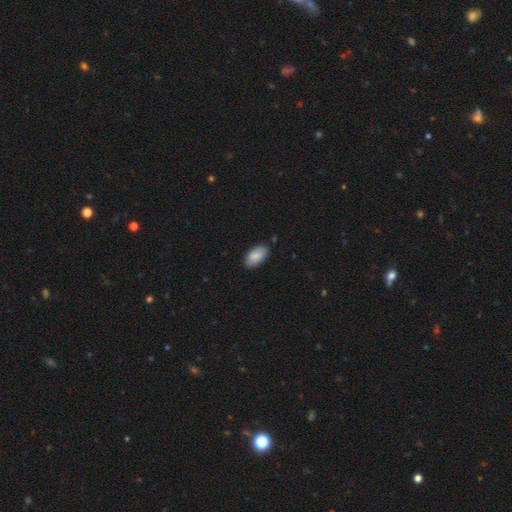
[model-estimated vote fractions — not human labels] Q: Smooth or featured?
A: smooth (86%); runner-up: featured or disk (7%)
Q: How rounded?
A: in between (95%); runner-up: round (3%)
Q: Merging?
A: none (83%); runner-up: minor disturbance (14%)